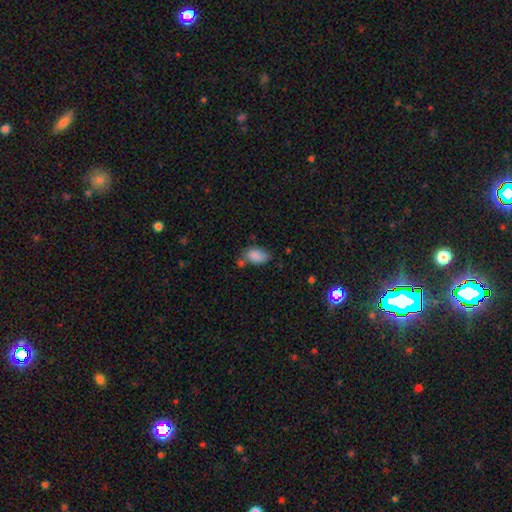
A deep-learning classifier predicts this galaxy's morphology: Smooth or featured: smooth — 86% (star or artifact — 8%)
How rounded: in between — 91% (round — 8%)
Merging: none — 56% (minor disturbance — 25%)